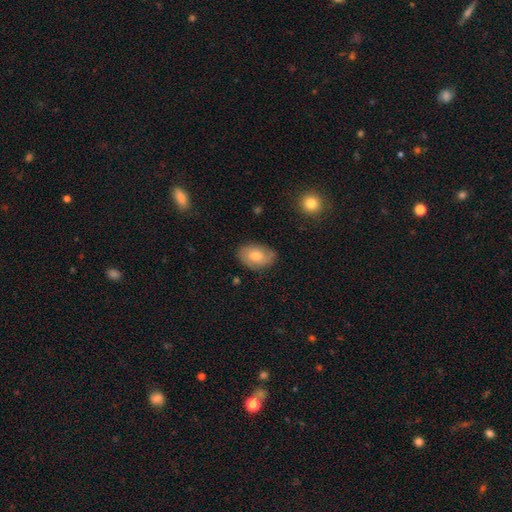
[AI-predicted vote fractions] Smooth or featured? Predicted: smooth (p=0.66). How rounded? Predicted: in between (p=0.85). Merging? Predicted: none (p=0.78).